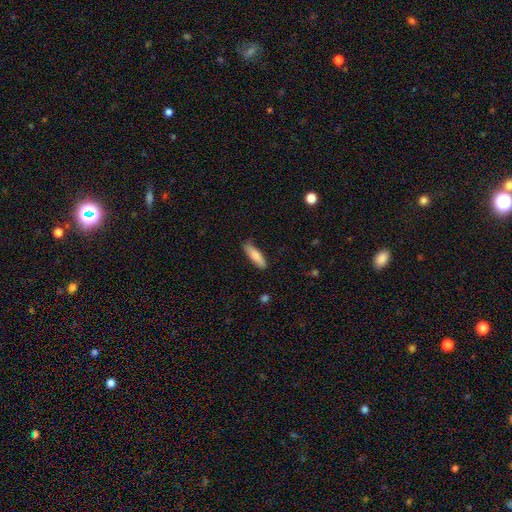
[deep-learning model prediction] smooth_or_featured: smooth (p=0.82) [alt: featured or disk p=0.12]
how_rounded: cigar-shaped (p=0.60) [alt: in between p=0.38]
merging: none (p=0.81) [alt: minor disturbance p=0.15]